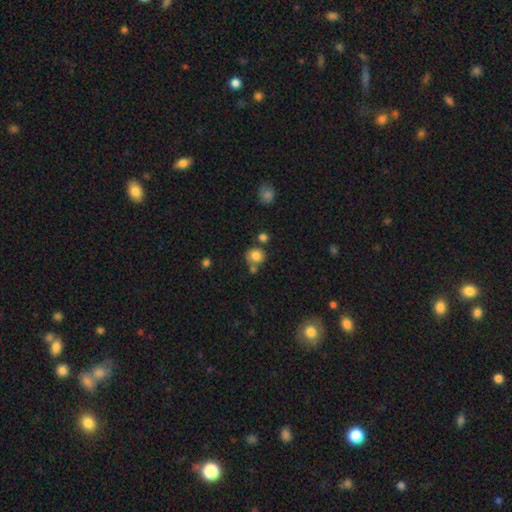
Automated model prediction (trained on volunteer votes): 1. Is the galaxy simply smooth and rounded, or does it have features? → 82% smooth, 11% star or artifact, 7% featured or disk.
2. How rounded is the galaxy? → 84% round, 16% in between, 1% cigar-shaped.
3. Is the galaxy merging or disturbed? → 65% none, 19% merger, 12% minor disturbance, 4% major disturbance.